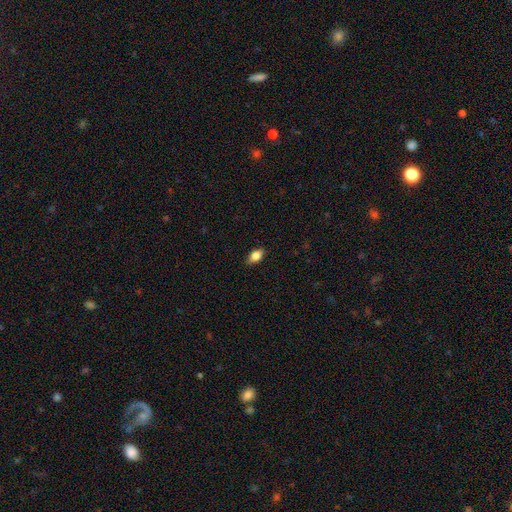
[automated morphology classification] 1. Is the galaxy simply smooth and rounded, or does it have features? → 81% smooth, 11% featured or disk, 8% star or artifact.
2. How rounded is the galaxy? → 86% in between, 9% round, 5% cigar-shaped.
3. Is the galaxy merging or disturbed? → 84% none, 13% minor disturbance, 2% major disturbance, 1% merger.